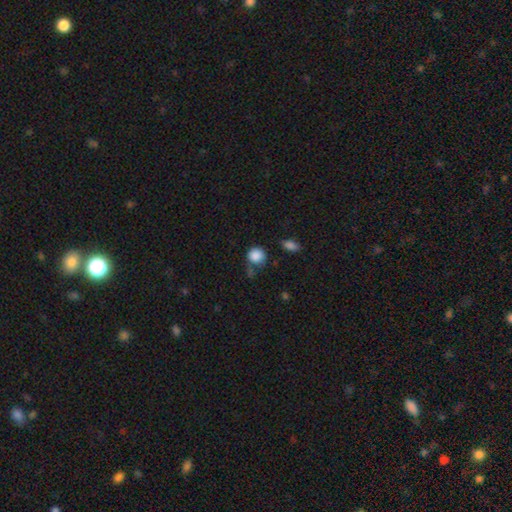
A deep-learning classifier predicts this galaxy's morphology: A smooth galaxy with no disk features (87%) that is round (88%).

Vote fractions:
- Smooth or featured? smooth: 87% / star or artifact: 9% / featured or disk: 4%
- How rounded? round: 88% / in between: 11% / cigar-shaped: 1%
- Merging? none: 66% / minor disturbance: 19% / merger: 9% / major disturbance: 6%